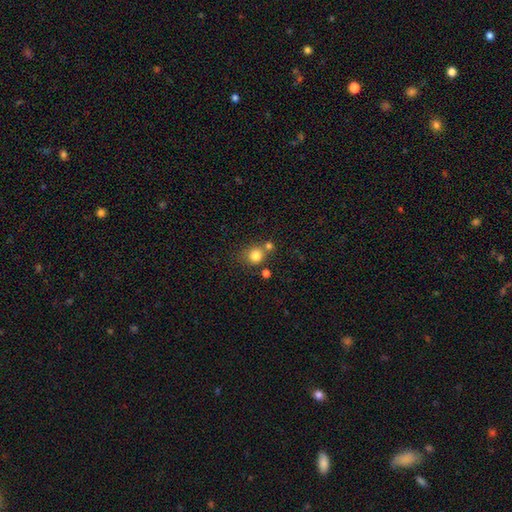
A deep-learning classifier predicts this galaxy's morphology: This is clearly a smooth galaxy (81%). How rounded: clearly round (83%). Merging: likely none (61%).